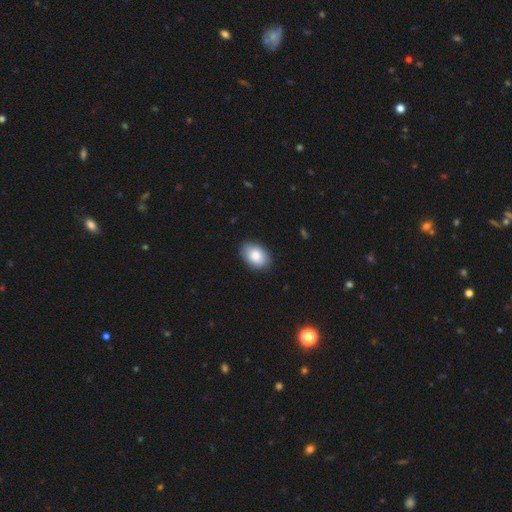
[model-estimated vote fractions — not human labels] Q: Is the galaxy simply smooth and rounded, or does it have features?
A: smooth — 83%.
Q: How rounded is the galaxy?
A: in between — 88%.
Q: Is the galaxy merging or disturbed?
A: none — 83%.